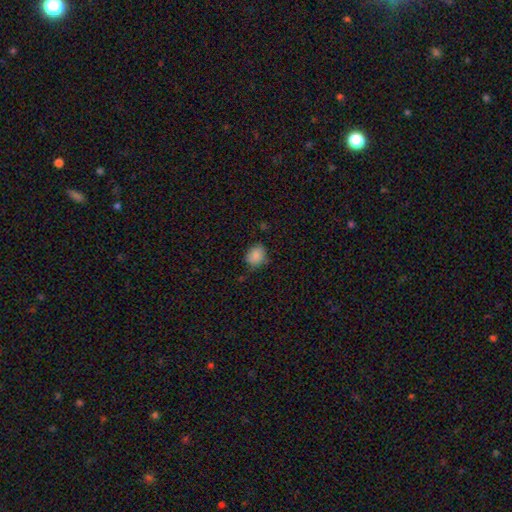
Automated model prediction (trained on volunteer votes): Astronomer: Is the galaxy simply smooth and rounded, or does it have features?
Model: smooth — 86%.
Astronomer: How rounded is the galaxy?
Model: round — 55% (runner-up: in between, 44%).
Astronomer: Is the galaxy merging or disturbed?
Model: none — 71%.